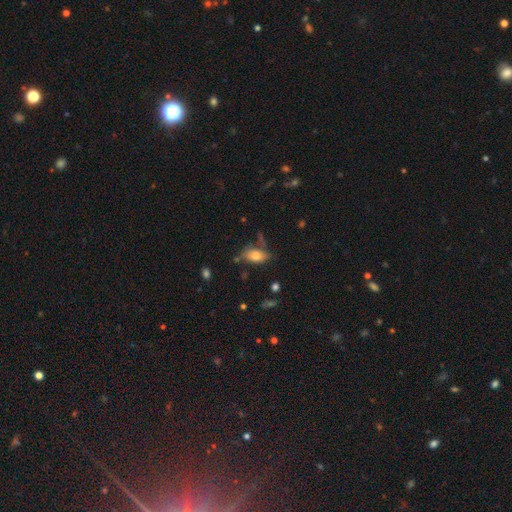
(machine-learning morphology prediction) The model was most divided on "merging": none: 61%, minor disturbance: 22%, merger: 9%, major disturbance: 8%. More confident: how rounded — in between (89%); smooth or featured — smooth (75%).